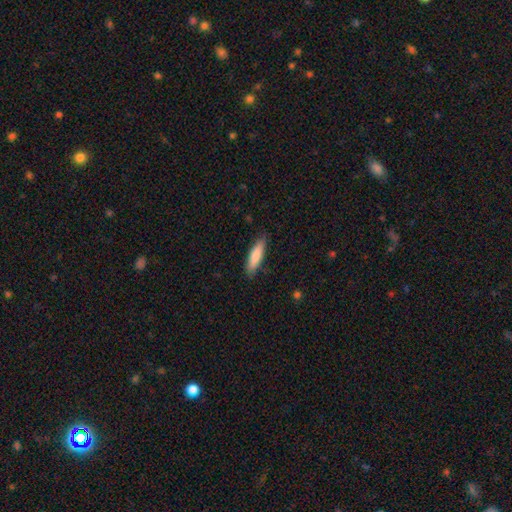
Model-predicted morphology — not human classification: smooth-or-featured: smooth: 80% | featured or disk: 15% | star or artifact: 5%
  how-rounded: cigar-shaped: 71% | in between: 28% | round: 1%
  merging: none: 86% | minor disturbance: 11% | major disturbance: 2% | merger: 1%